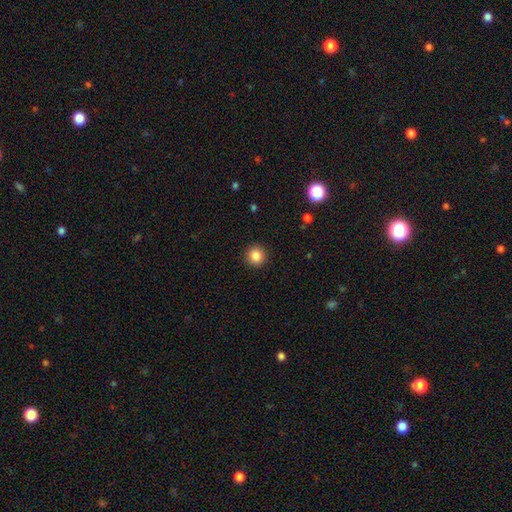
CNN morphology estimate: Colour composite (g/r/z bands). It shows a smooth galaxy with no disk features (86%) that is round (94%). Merging: none (92%).